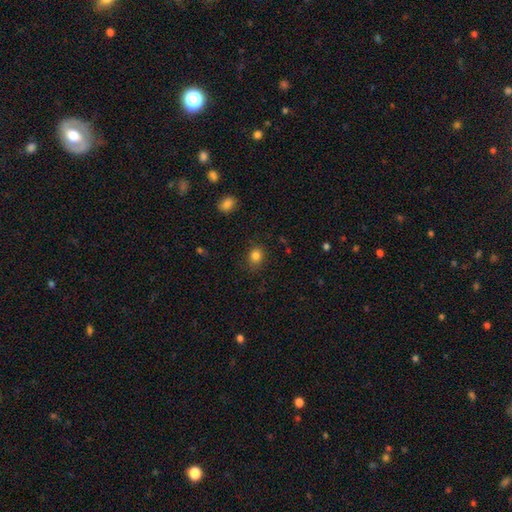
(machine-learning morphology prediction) smooth 83%, star or artifact 11%, featured or disk 6%. Down the decision tree: how rounded — round (55%); merging — none (83%).